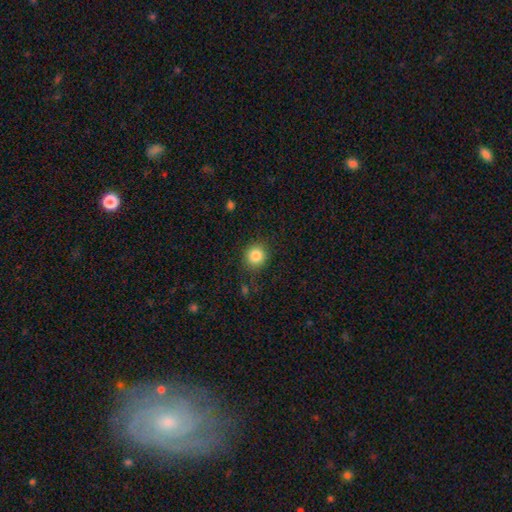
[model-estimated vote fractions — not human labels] This is clearly a smooth galaxy (85%). How rounded: clearly round (89%). Merging: clearly none (86%).